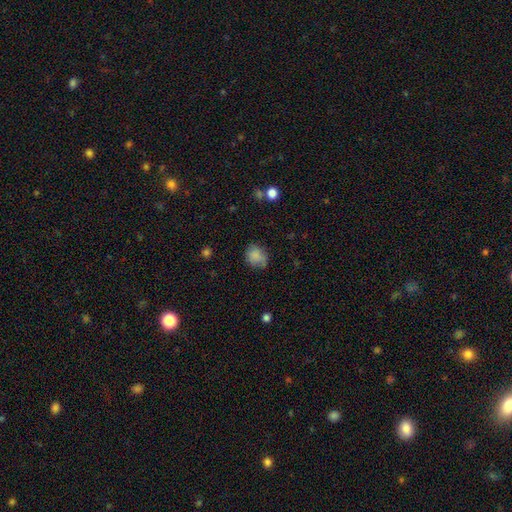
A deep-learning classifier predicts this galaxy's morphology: Q: Smooth or featured?
A: smooth (83%); runner-up: star or artifact (10%)
Q: How rounded?
A: round (68%); runner-up: in between (31%)
Q: Merging?
A: none (67%); runner-up: minor disturbance (23%)